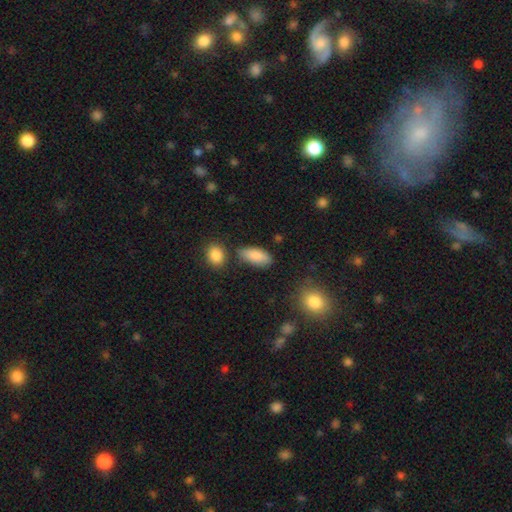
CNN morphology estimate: Smooth or featured?
  - smooth: 86% *
  - featured or disk: 7%
  - star or artifact: 7%
How rounded?
  - in between: 87% *
  - cigar-shaped: 10%
  - round: 3%
Merging?
  - none: 74% *
  - minor disturbance: 16%
  - merger: 6%
  - major disturbance: 4%